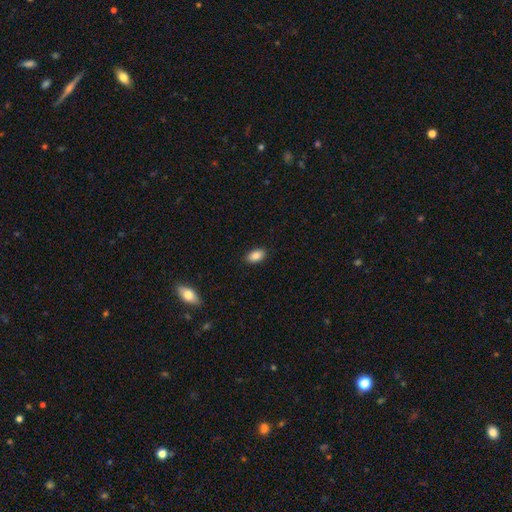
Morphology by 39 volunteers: Overall: smooth (87%). How rounded: in between (94%). Merging: none (89%).